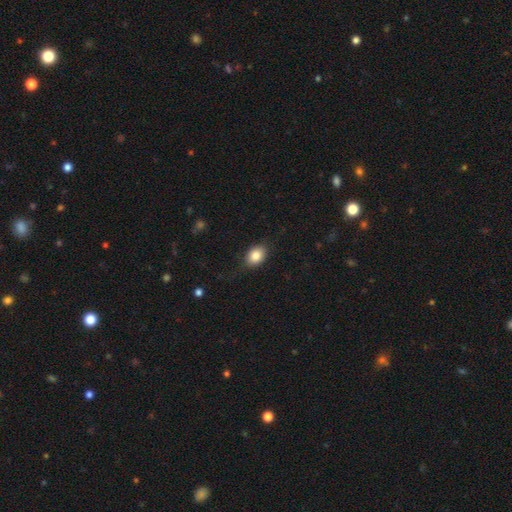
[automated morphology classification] Q: Smooth or featured?
A: smooth (83%); runner-up: featured or disk (9%)
Q: How rounded?
A: in between (71%); runner-up: round (28%)
Q: Merging?
A: none (78%); runner-up: minor disturbance (17%)